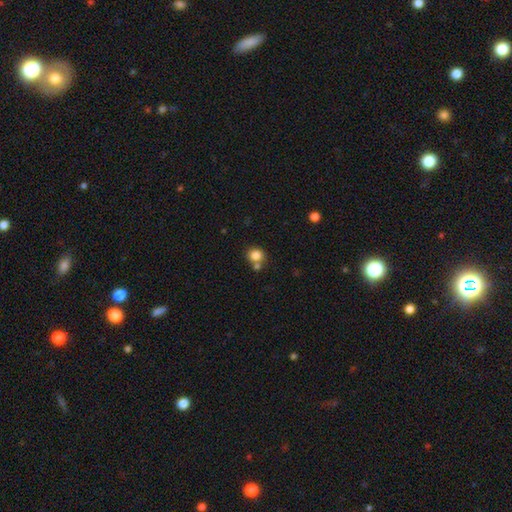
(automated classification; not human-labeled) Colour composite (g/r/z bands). It shows a smooth galaxy with no disk features (83%) that is round (74%). Merging: none (59%).